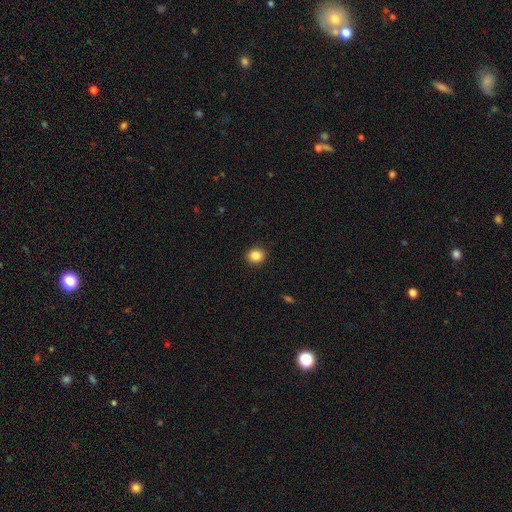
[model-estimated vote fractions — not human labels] Smooth or featured?
  - smooth: 85% *
  - star or artifact: 10%
  - featured or disk: 5%
How rounded?
  - round: 79% *
  - in between: 20%
  - cigar-shaped: 1%
Merging?
  - none: 91% *
  - minor disturbance: 6%
  - major disturbance: 2%
  - merger: 1%